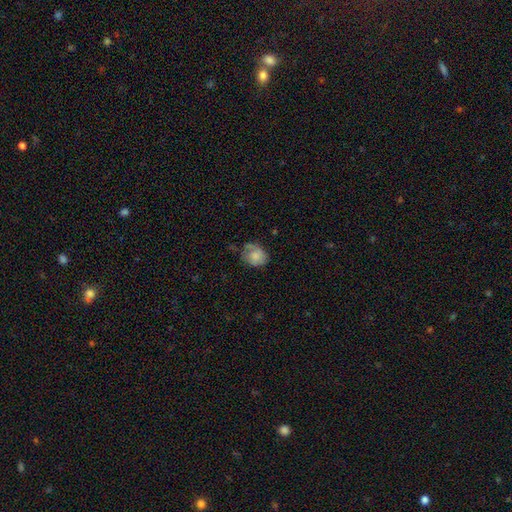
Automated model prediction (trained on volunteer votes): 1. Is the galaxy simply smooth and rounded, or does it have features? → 63% smooth, 29% featured or disk, 8% star or artifact.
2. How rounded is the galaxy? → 55% round, 44% in between, 1% cigar-shaped.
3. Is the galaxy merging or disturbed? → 54% none, 31% minor disturbance, 13% major disturbance, 2% merger.